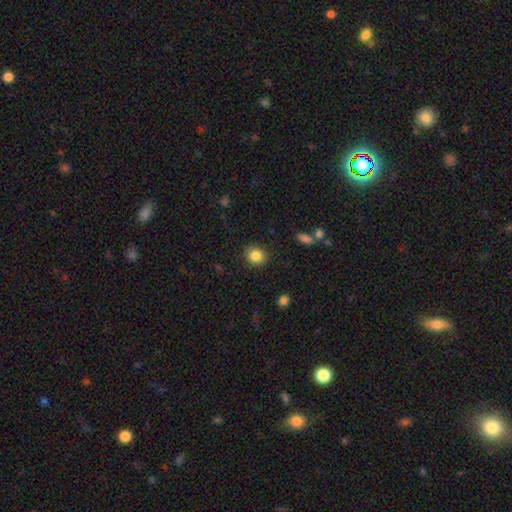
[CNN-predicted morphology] A smooth galaxy with no disk features (85%) that is round (77%). Merging: none (88%).